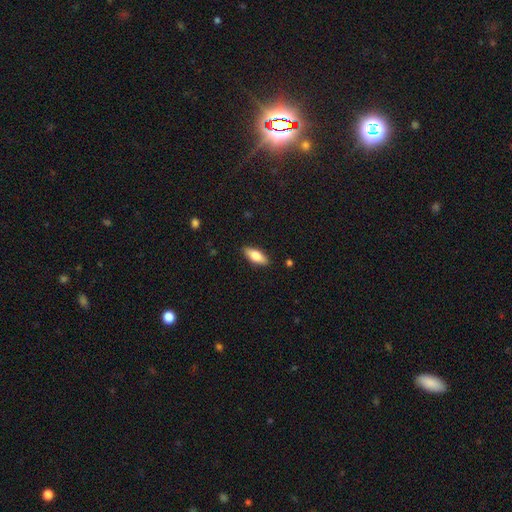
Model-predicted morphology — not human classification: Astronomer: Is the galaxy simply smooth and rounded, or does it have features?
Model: smooth — 74%.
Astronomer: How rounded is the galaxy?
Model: in between — 77%.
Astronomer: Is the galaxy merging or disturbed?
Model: none — 88%.